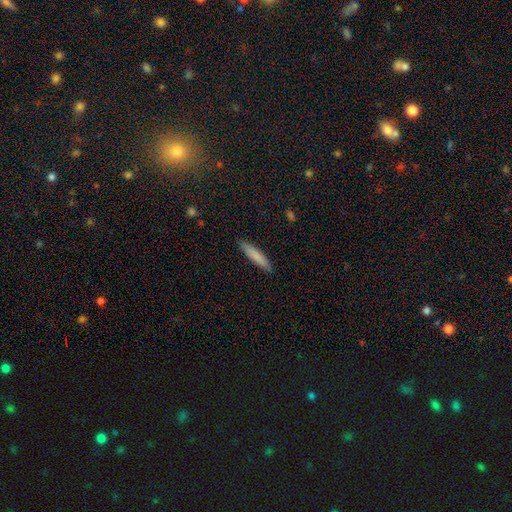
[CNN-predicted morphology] This is clearly a smooth galaxy (82%). How rounded: clearly cigar-shaped (88%). Merging: clearly none (88%).